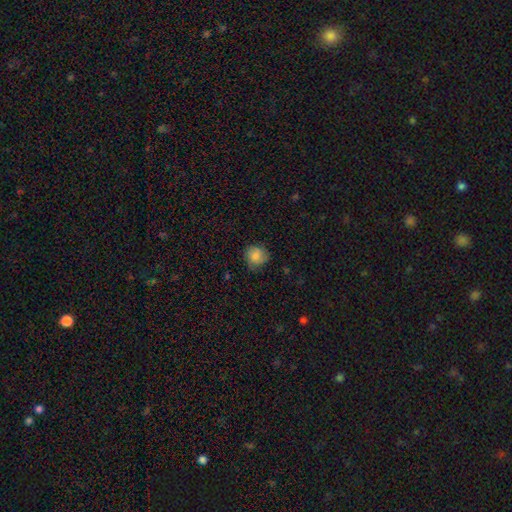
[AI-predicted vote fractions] Smooth or featured?
  - smooth: 82% *
  - featured or disk: 10%
  - star or artifact: 8%
How rounded?
  - round: 86% *
  - in between: 13%
  - cigar-shaped: 1%
Merging?
  - none: 77% *
  - minor disturbance: 18%
  - major disturbance: 4%
  - merger: 1%